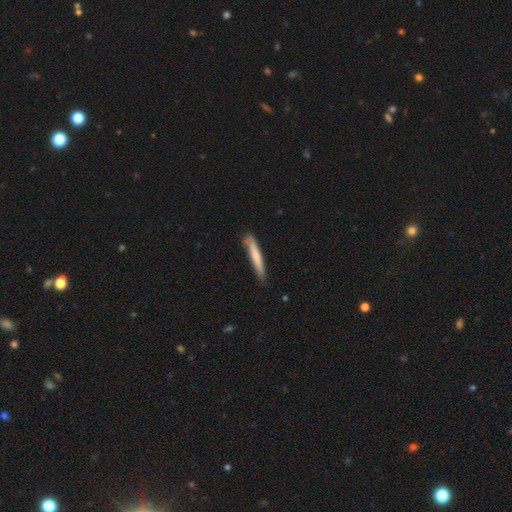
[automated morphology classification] type=smooth (71%); roundness=cigar-shaped (95%); merging=none (75%).